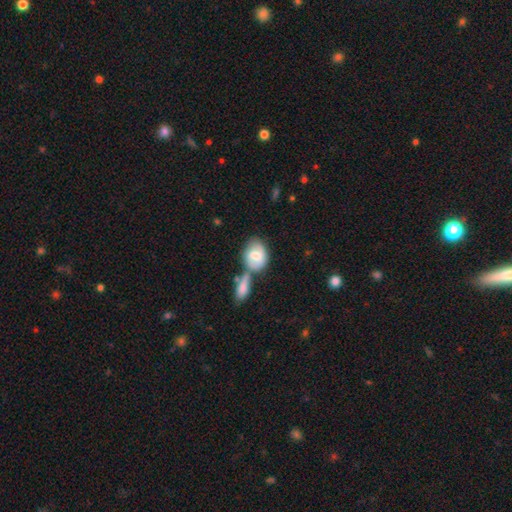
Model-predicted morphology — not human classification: type=smooth (60%); roundness=in between (63%); merging=merger (39%).